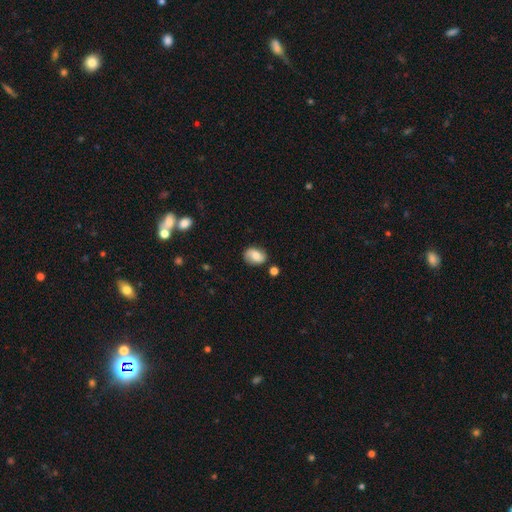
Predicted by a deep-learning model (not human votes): This is likely a smooth galaxy (65%). How rounded: likely in between (73%). Merging: likely none (75%).